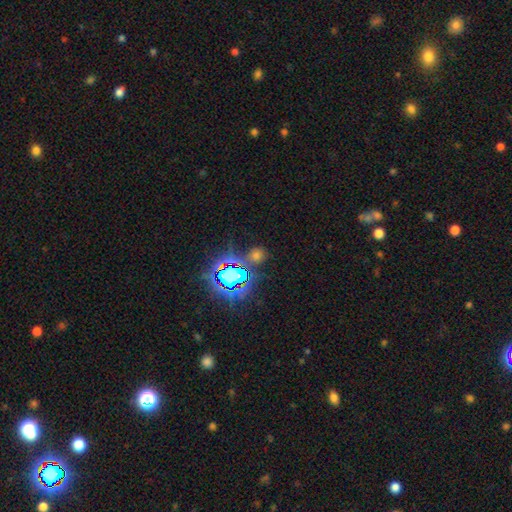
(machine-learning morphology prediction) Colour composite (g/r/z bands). It shows a star or artifact, not a galaxy (51%).